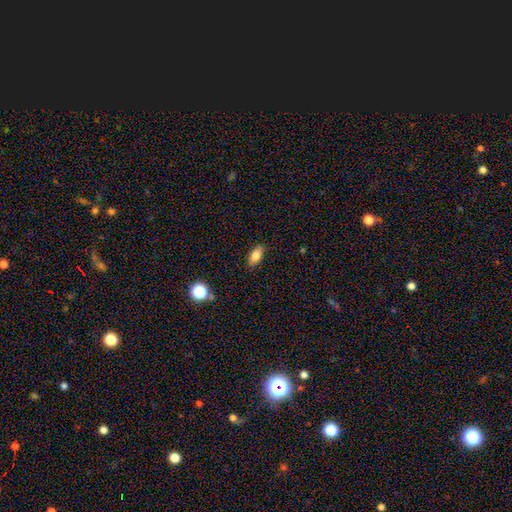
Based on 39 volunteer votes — smooth 82%, featured or disk 13%, star or artifact 5%. Down the decision tree: how rounded — in between (88%); merging — none (89%).